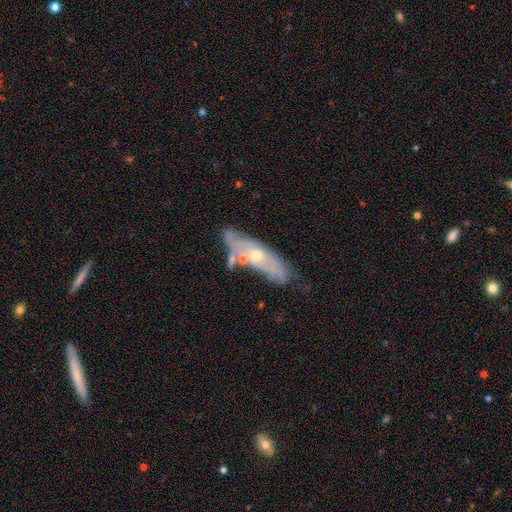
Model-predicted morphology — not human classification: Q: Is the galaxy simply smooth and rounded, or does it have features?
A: featured or disk — 64%.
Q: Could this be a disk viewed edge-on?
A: no — 67%.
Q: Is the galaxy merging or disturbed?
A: none — 58%.